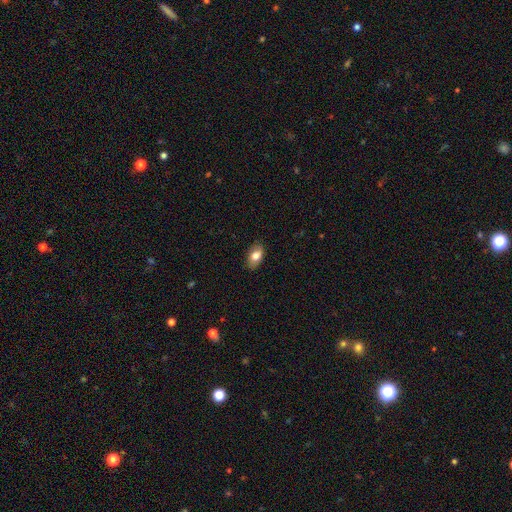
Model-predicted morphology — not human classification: type=smooth (78%); roundness=in between (92%); merging=none (85%).